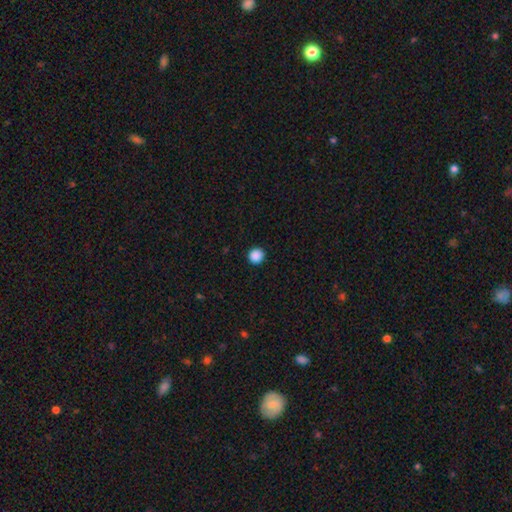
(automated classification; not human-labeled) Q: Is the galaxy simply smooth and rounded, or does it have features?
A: smooth — 88%.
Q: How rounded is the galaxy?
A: round — 93%.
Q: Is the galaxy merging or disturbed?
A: none — 93%.